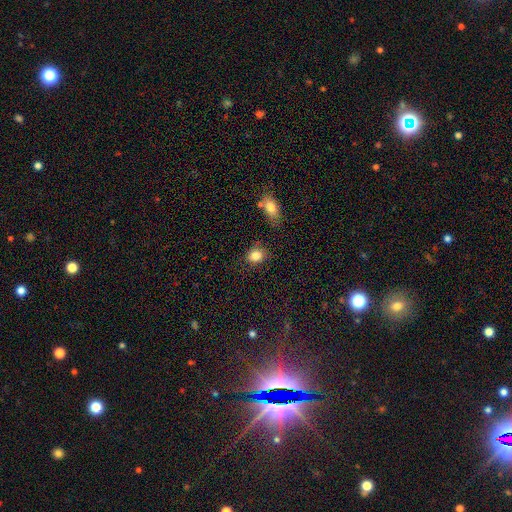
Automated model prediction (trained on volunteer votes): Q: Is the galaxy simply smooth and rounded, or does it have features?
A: smooth — 85%.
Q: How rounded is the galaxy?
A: in between — 50%.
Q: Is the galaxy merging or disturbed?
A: none — 76%.